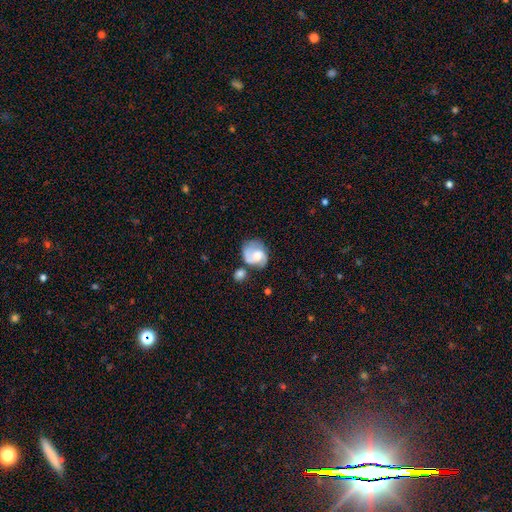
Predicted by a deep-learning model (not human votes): A featured or disk galaxy (64%) with no bar (62%), 2 (74%) medium (46%) spiral arms (88%) and a moderate central bulge (50%). Merging: none (45%).